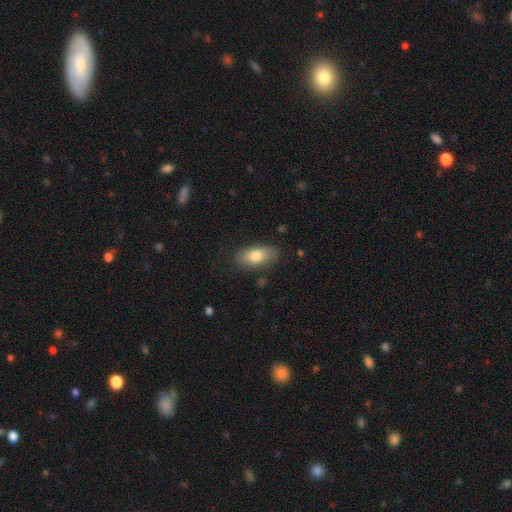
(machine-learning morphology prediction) Overall: smooth (79%). How rounded: in between (89%). Merging: none (81%).